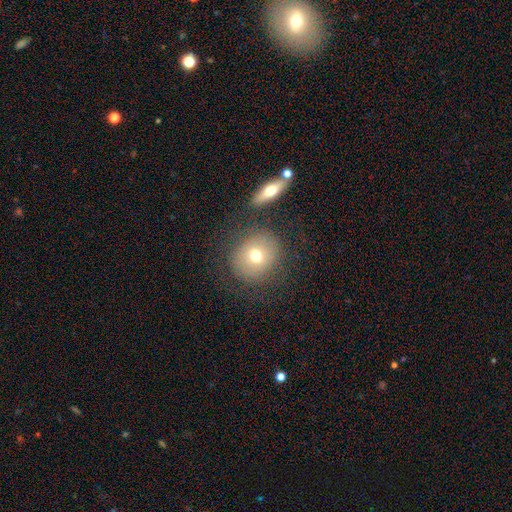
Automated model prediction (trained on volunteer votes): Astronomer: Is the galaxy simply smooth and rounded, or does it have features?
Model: smooth — 67%.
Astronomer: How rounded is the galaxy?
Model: round — 78%.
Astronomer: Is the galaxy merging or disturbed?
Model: none — 73%.